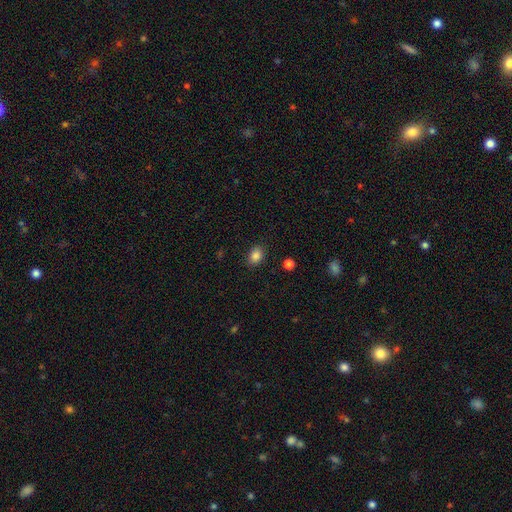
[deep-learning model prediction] Q: Smooth or featured?
A: smooth (85%); runner-up: star or artifact (10%)
Q: How rounded?
A: in between (64%); runner-up: round (34%)
Q: Merging?
A: none (87%); runner-up: minor disturbance (9%)